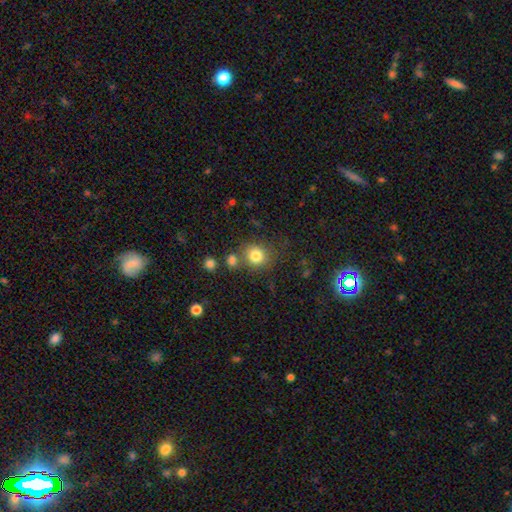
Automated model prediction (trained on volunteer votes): smooth-or-featured: smooth: 81% | star or artifact: 12% | featured or disk: 7%
  how-rounded: round: 84% | in between: 15% | cigar-shaped: 1%
  merging: none: 71% | merger: 13% | minor disturbance: 11% | major disturbance: 4%